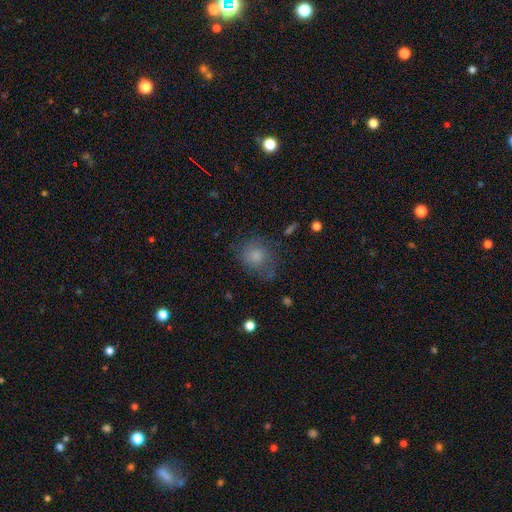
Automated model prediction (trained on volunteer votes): Overall: smooth (73%). How rounded: round (69%; in between 30%). Merging: none (55%; minor disturbance 26%).